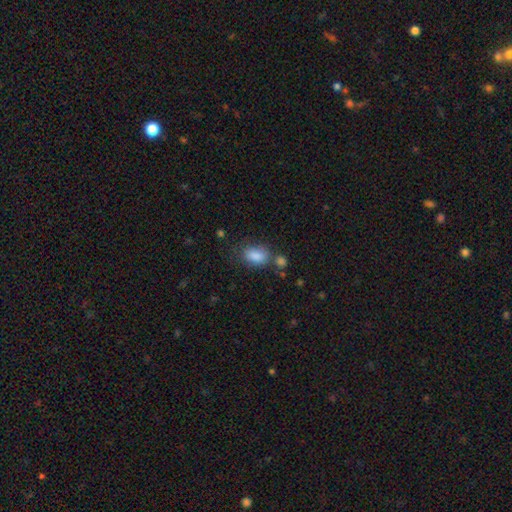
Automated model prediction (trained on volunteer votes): This appears to be a smooth galaxy with no disk features (85%) that is in between round and cigar-shaped (86%). Merging: none (61%).